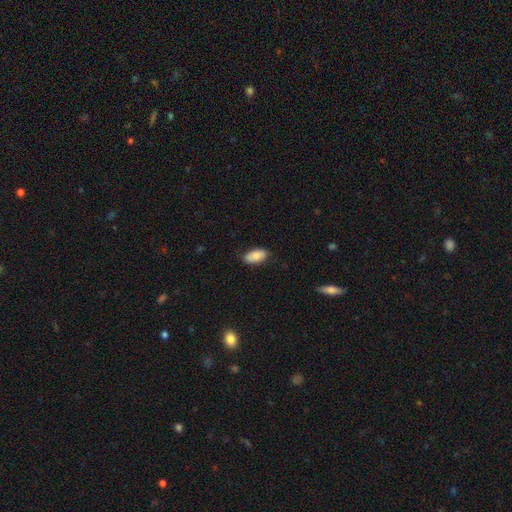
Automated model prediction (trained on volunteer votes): The model was most divided on "smooth or featured": smooth: 79%, featured or disk: 14%, star or artifact: 7%. More confident: how rounded — in between (93%); merging — none (81%).